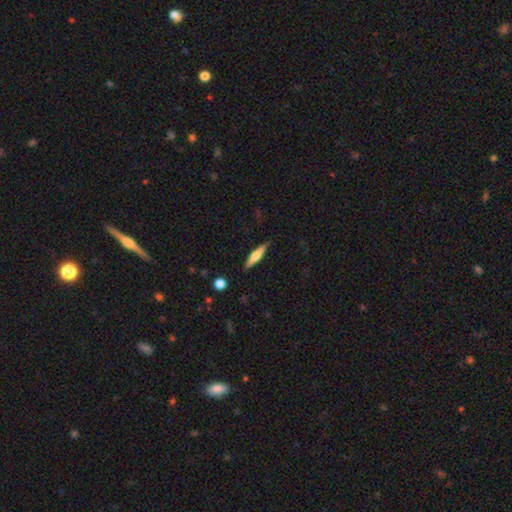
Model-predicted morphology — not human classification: Q: Smooth or featured?
A: featured or disk (50%); runner-up: smooth (44%)
Q: Edge-on disk?
A: yes (96%); runner-up: no (4%)
Q: Merging?
A: none (88%); runner-up: minor disturbance (9%)